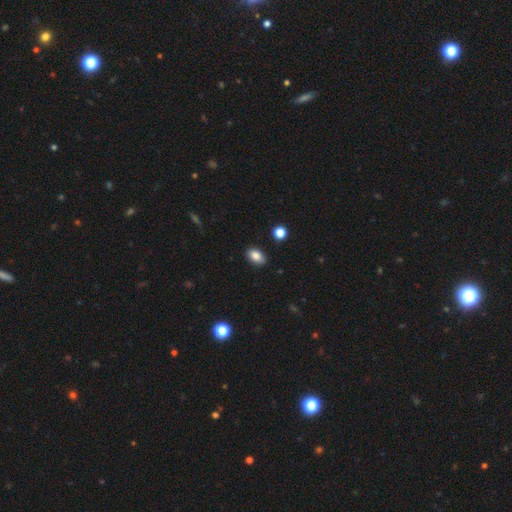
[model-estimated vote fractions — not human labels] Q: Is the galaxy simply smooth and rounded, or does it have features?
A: smooth — 85%.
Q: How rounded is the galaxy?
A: in between — 88%.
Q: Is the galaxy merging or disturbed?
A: none — 87%.